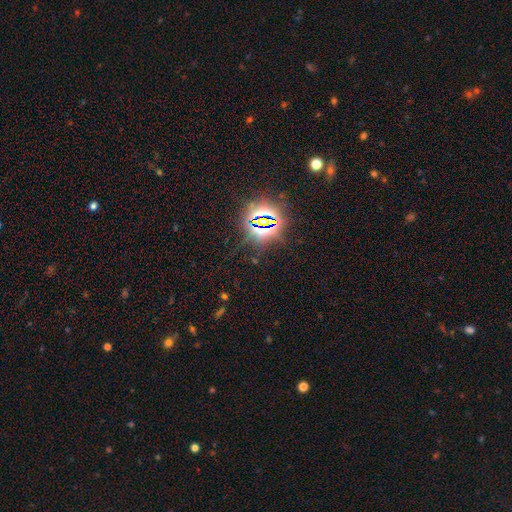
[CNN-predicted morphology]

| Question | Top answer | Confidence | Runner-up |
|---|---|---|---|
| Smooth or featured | star or artifact | 82% | smooth (10%) |